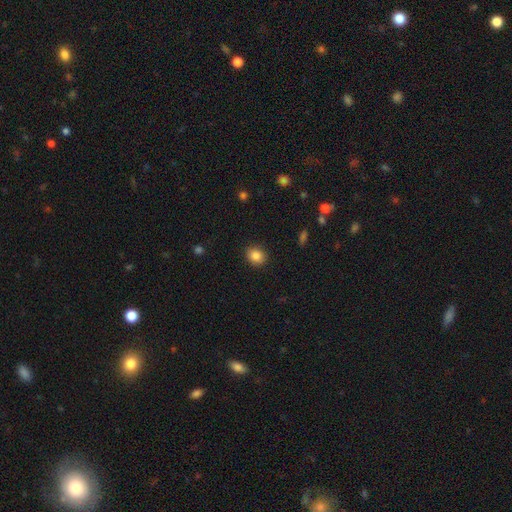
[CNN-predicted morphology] Smooth or featured?
  - smooth: 86% *
  - star or artifact: 9%
  - featured or disk: 5%
How rounded?
  - round: 69% *
  - in between: 30%
  - cigar-shaped: 1%
Merging?
  - none: 90% *
  - minor disturbance: 7%
  - major disturbance: 2%
  - merger: 1%